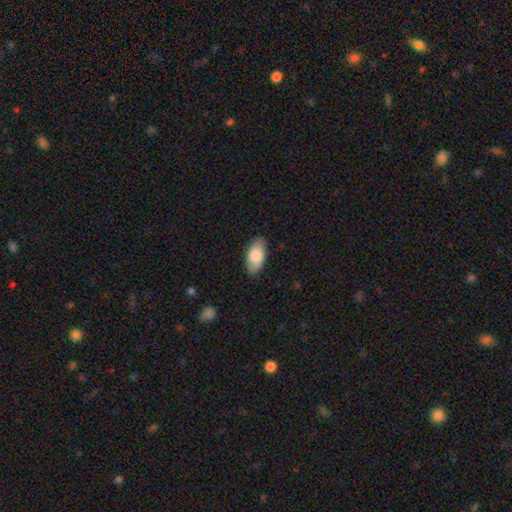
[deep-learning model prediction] smooth 81%, featured or disk 13%, star or artifact 6%. Down the decision tree: how rounded — in between (94%); merging — none (85%).